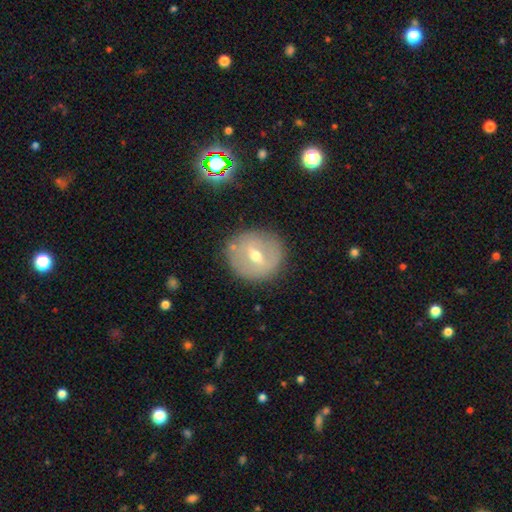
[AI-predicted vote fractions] A featured or disk galaxy (52%).

Vote fractions:
- Smooth or featured? featured or disk: 52% / smooth: 38% / star or artifact: 10%
- Edge-on disk? no: 92% / yes: 8%
- Merging? none: 82% / minor disturbance: 12% / major disturbance: 4% / merger: 2%